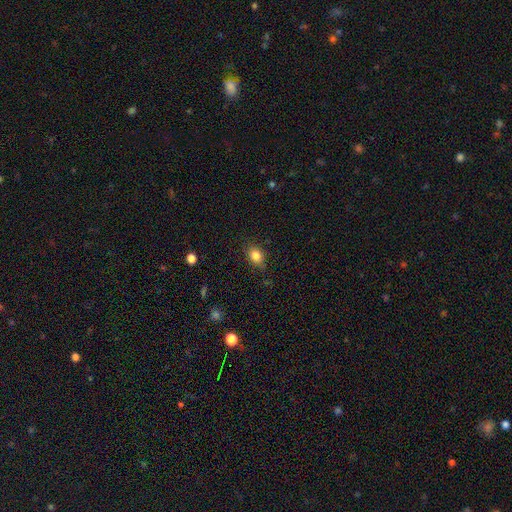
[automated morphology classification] Q: Smooth or featured?
A: smooth (84%); runner-up: star or artifact (10%)
Q: How rounded?
A: in between (65%); runner-up: round (33%)
Q: Merging?
A: none (80%); runner-up: minor disturbance (15%)